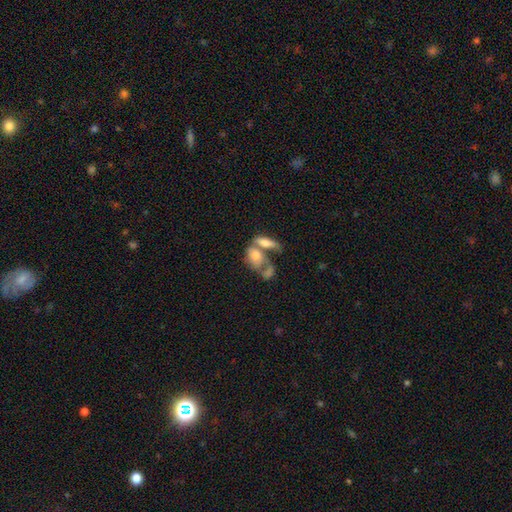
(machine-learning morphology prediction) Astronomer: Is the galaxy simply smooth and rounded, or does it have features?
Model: smooth — 62%.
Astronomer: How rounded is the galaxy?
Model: in between — 84%.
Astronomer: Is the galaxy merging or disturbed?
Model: merger — 62%.